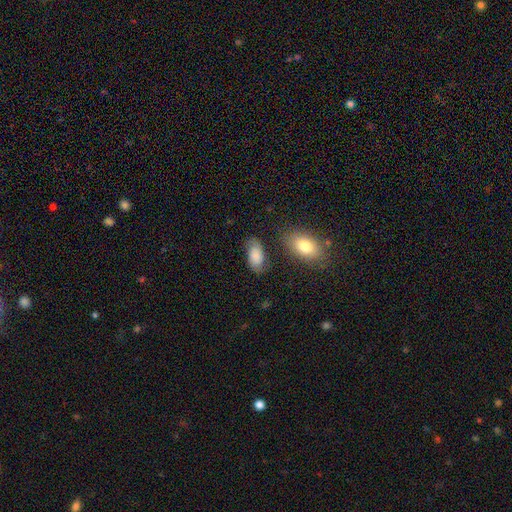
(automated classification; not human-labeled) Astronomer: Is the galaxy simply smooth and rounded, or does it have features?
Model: smooth — 66%.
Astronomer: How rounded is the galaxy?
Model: in between — 93%.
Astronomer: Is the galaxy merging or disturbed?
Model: none — 69%.